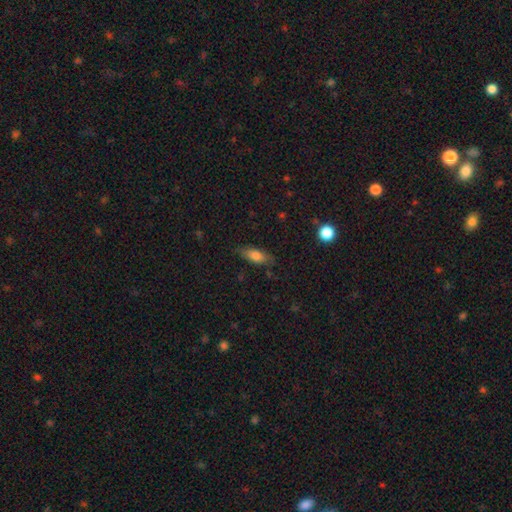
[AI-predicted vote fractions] The model was most divided on "how rounded": in between: 74%, cigar-shaped: 23%, round: 3%. More confident: merging — none (78%); smooth or featured — smooth (76%).